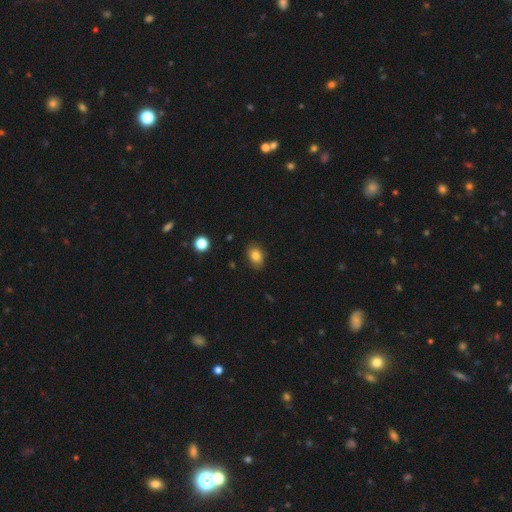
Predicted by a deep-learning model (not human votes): This is clearly a smooth galaxy (82%). How rounded: likely in between (74%). Merging: clearly none (84%).